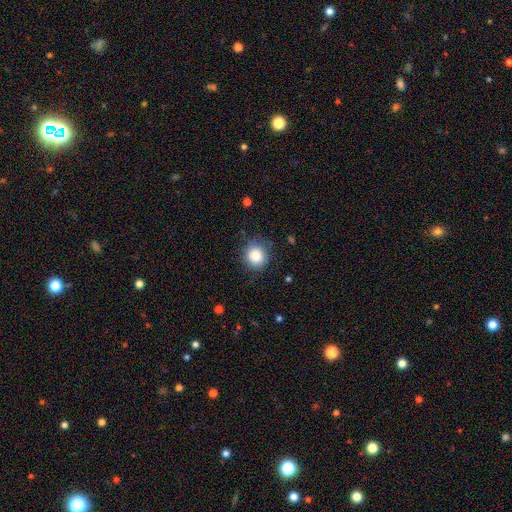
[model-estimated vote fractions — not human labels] smooth-or-featured: smooth: 85% | star or artifact: 10% | featured or disk: 5%
  how-rounded: round: 85% | in between: 14% | cigar-shaped: 1%
  merging: none: 81% | minor disturbance: 14% | major disturbance: 4% | merger: 1%